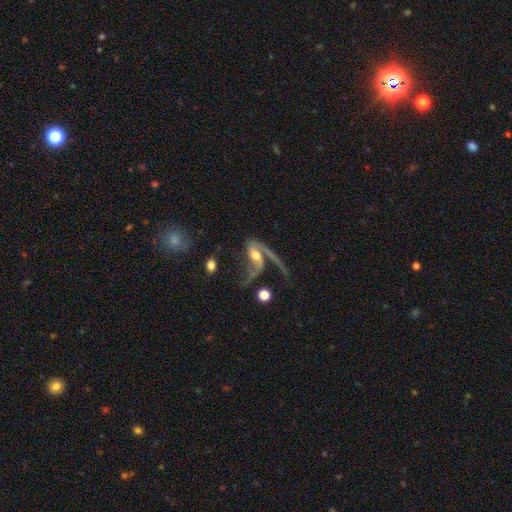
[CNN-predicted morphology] Smooth or featured? Predicted: featured or disk (p=0.75). Edge-on disk? Predicted: no (p=0.92). Bar? Predicted: no (p=0.49). Spiral arms? Predicted: yes (p=0.84). Spiral winding? Predicted: loose (p=0.69). Spiral arm count? Predicted: 2 (p=0.51). Bulge size? Predicted: moderate (p=0.61). Merging? Predicted: major disturbance (p=0.48).